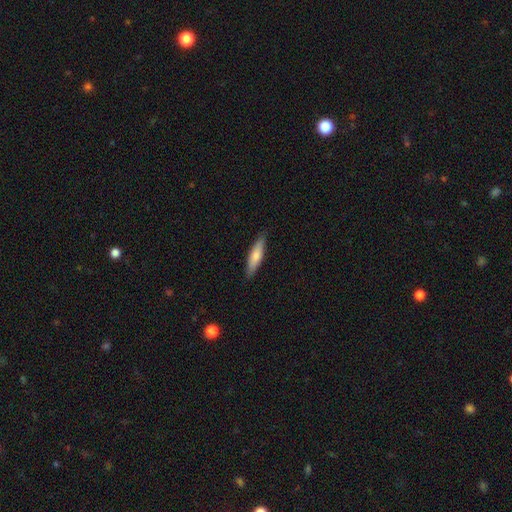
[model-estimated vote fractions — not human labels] This appears to be a smooth galaxy with no disk features (71%) that is cigar-shaped (72%). Merging: none (86%).